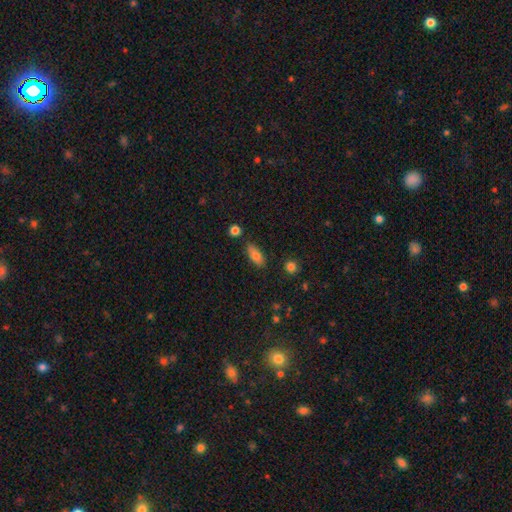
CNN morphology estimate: Smooth or featured? smooth (80%)
How rounded? in between (79%)
Merging? none (79%)